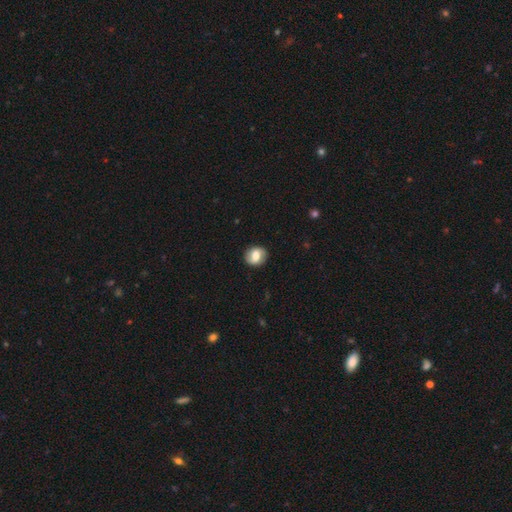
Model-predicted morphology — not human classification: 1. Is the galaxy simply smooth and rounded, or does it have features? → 51% smooth, 41% featured or disk, 8% star or artifact.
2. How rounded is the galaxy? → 68% round, 31% in between, 1% cigar-shaped.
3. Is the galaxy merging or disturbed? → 87% none, 10% minor disturbance, 3% major disturbance, 1% merger.